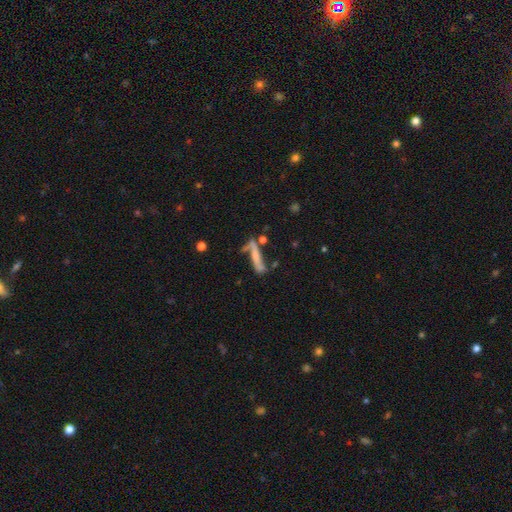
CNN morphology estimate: Smooth or featured? Predicted: featured or disk (p=0.49). Merging? Predicted: none (p=0.39).